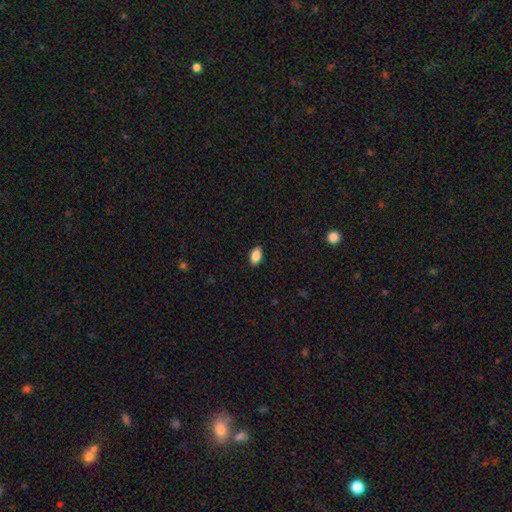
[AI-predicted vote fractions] The model was most divided on "merging": none: 88%, minor disturbance: 9%, major disturbance: 2%, merger: 1%. More confident: how rounded — in between (91%); smooth or featured — smooth (87%).